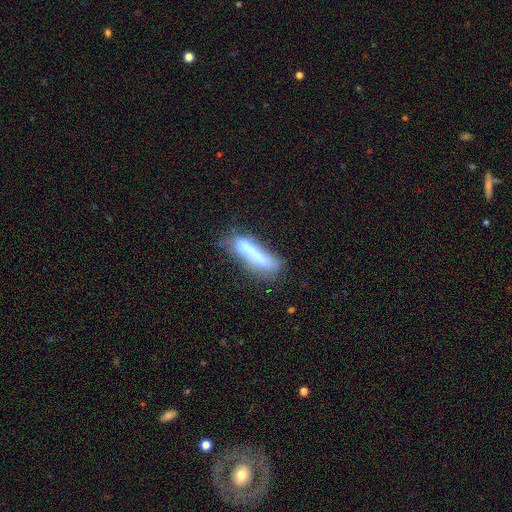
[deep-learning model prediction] A smooth galaxy with no disk features (58%) that is cigar-shaped (78%).

Vote fractions:
- Smooth or featured? smooth: 58% / featured or disk: 32% / star or artifact: 10%
- How rounded? cigar-shaped: 78% / in between: 20% / round: 2%
- Merging? none: 43% / minor disturbance: 26% / merger: 16% / major disturbance: 15%